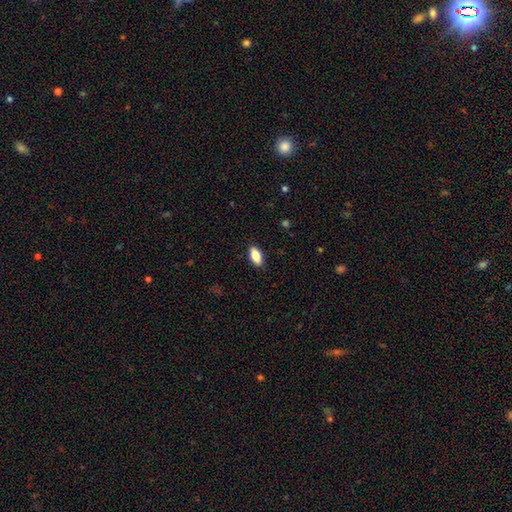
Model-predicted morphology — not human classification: This is clearly a smooth galaxy (85%). How rounded: clearly in between (89%). Merging: clearly none (88%).